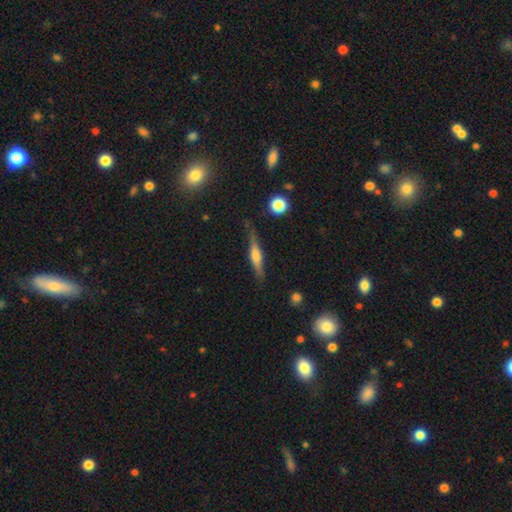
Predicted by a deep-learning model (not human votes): Morphology: type=featured or disk (60%); edge-on=yes (96%); edge-on bulge=rounded (77%); merging=none (82%).